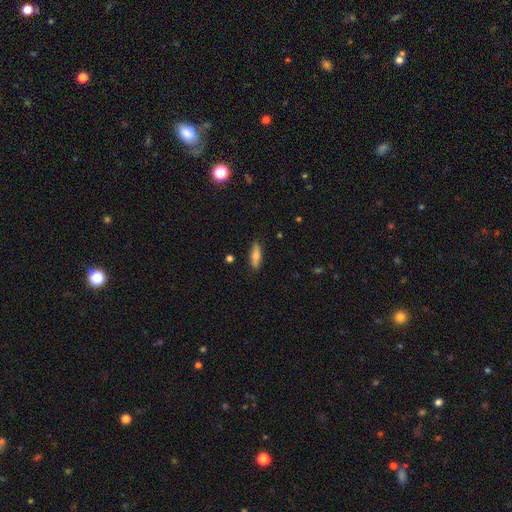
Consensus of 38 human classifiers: Q: Smooth or featured?
A: smooth (63%); runner-up: featured or disk (29%)
Q: How rounded?
A: cigar-shaped (58%); runner-up: in between (42%)
Q: Merging?
A: none (89%); runner-up: minor disturbance (9%)